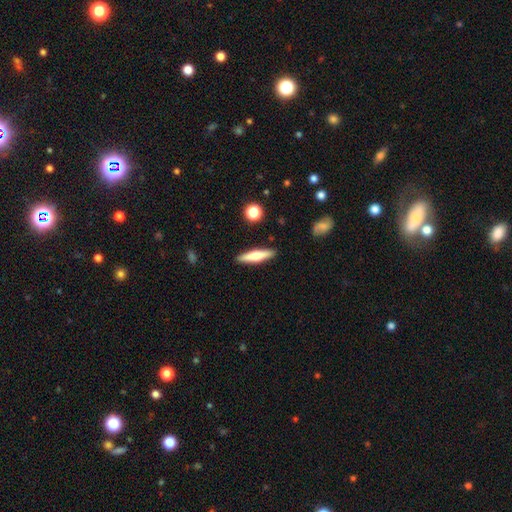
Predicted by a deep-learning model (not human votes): The model was most divided on "smooth or featured": smooth: 53%, featured or disk: 41%, star or artifact: 6%. More confident: merging — none (90%); how rounded — cigar-shaped (79%).